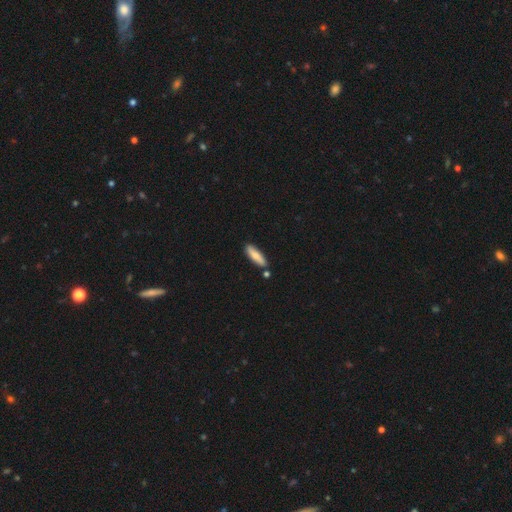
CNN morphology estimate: smooth 77%, featured or disk 17%, star or artifact 6%. Down the decision tree: how rounded — cigar-shaped (63%); merging — none (80%).